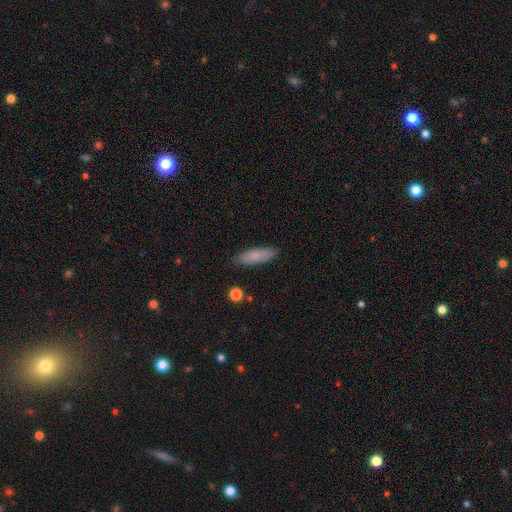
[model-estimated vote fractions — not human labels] Overall: smooth (80%). How rounded: cigar-shaped (53%; in between 45%). Merging: none (85%).